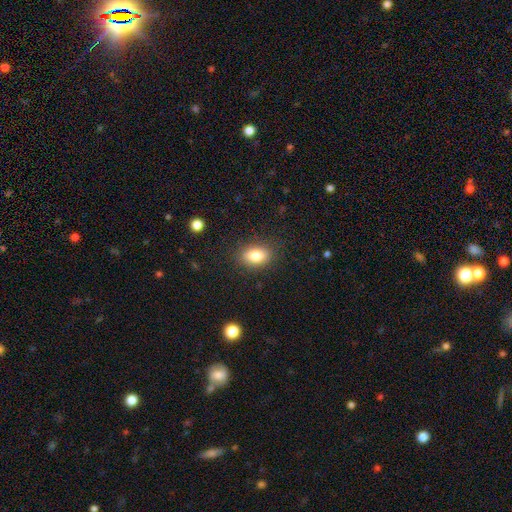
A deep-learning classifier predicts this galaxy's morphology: smooth_or_featured: smooth (p=0.82) [alt: featured or disk p=0.09]
how_rounded: in between (p=0.80) [alt: round p=0.18]
merging: none (p=0.86) [alt: minor disturbance p=0.10]